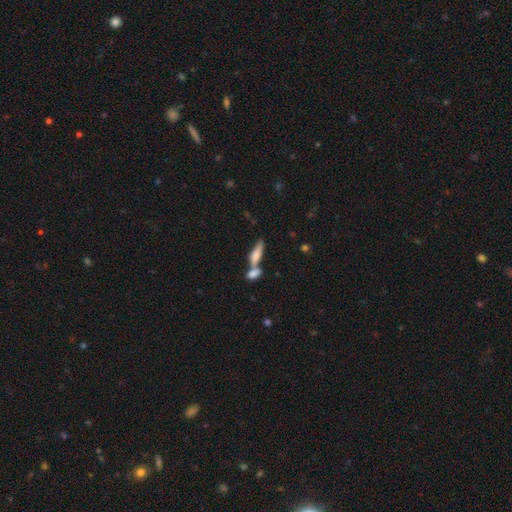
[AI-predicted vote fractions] smooth_or_featured: smooth (p=0.64) [alt: featured or disk p=0.28]
how_rounded: cigar-shaped (p=0.50) [alt: in between p=0.46]
merging: merger (p=0.52) [alt: none p=0.33]